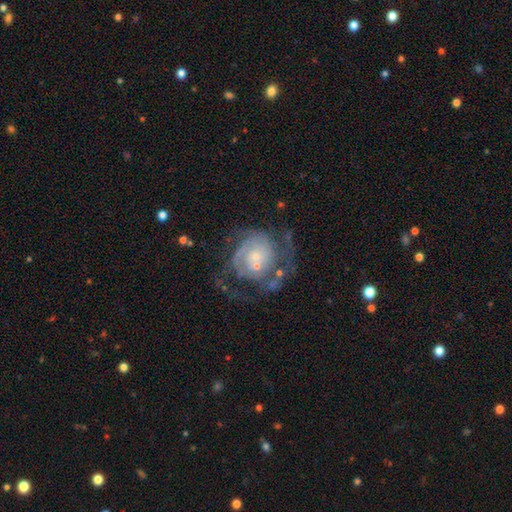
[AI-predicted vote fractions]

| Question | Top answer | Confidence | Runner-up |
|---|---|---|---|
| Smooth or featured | featured or disk | 78% | smooth (15%) |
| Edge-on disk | no | 98% | yes (2%) |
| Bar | no | 79% | weak (18%) |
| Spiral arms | yes | 83% | no (17%) |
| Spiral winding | tight | 51% | medium (32%) |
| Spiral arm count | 2 | 34% | can't tell (32%) |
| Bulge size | small | 73% | moderate (18%) |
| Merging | none | 42% | major disturbance (29%) |